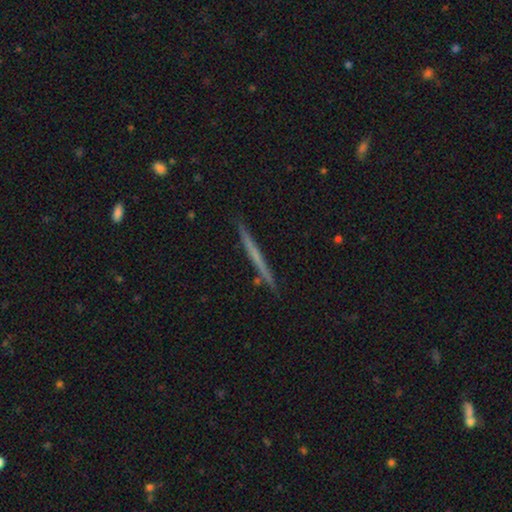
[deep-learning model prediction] featured or disk 52%, smooth 42%, star or artifact 6%. Down the decision tree: edge-on disk — yes (98%); edge-on bulge — none (91%); merging — none (91%).